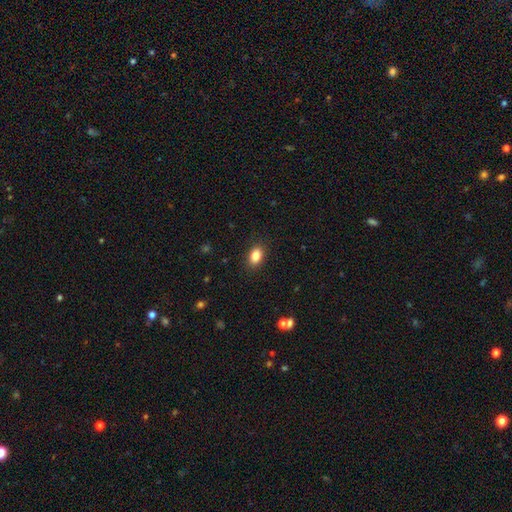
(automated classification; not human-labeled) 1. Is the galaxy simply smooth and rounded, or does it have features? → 86% smooth, 9% star or artifact, 5% featured or disk.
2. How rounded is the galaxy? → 86% in between, 12% round, 2% cigar-shaped.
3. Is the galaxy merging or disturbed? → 88% none, 9% minor disturbance, 2% major disturbance, 1% merger.